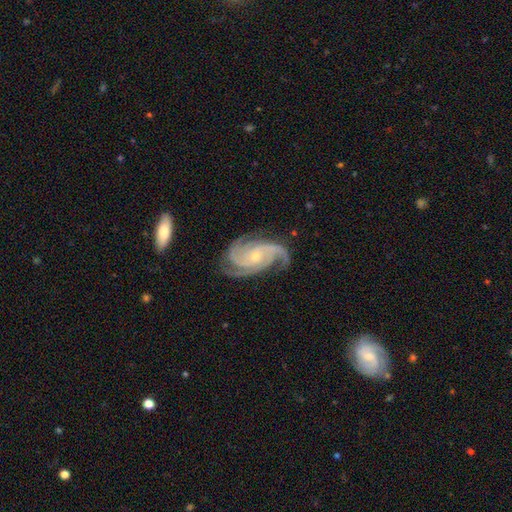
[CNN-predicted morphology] Q: Smooth or featured?
A: featured or disk (93%); runner-up: star or artifact (4%)
Q: Edge-on disk?
A: no (98%); runner-up: yes (2%)
Q: Bar?
A: no (68%); runner-up: weak (24%)
Q: Spiral arms?
A: yes (99%); runner-up: no (1%)
Q: Spiral winding?
A: medium (45%); tied with: tight (45%)
Q: Spiral arm count?
A: 3 (55%); runner-up: 4 (20%)
Q: Bulge size?
A: small (73%); runner-up: moderate (24%)
Q: Merging?
A: none (72%); runner-up: minor disturbance (18%)